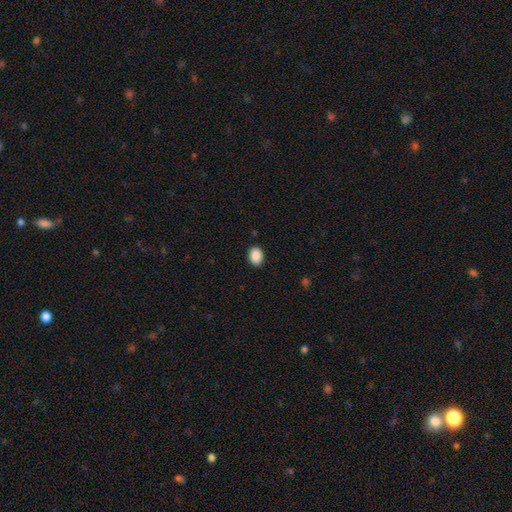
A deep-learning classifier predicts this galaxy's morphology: type=smooth (90%); roundness=in between (70%); merging=none (89%).